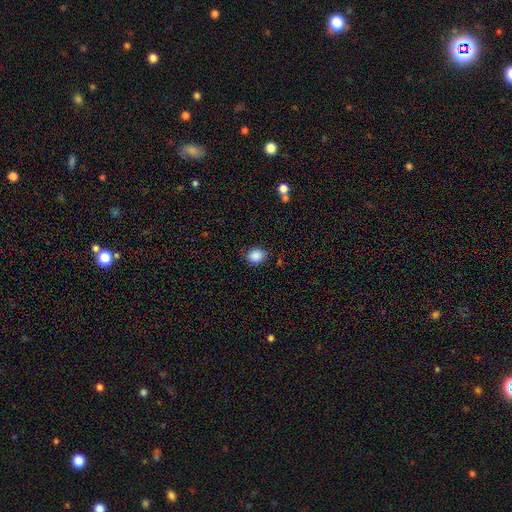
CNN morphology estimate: A smooth galaxy with no disk features (87%) that is round (69%).

Vote fractions:
- Smooth or featured? smooth: 87% / star or artifact: 9% / featured or disk: 4%
- How rounded? round: 69% / in between: 30% / cigar-shaped: 1%
- Merging? none: 82% / minor disturbance: 13% / major disturbance: 3% / merger: 2%